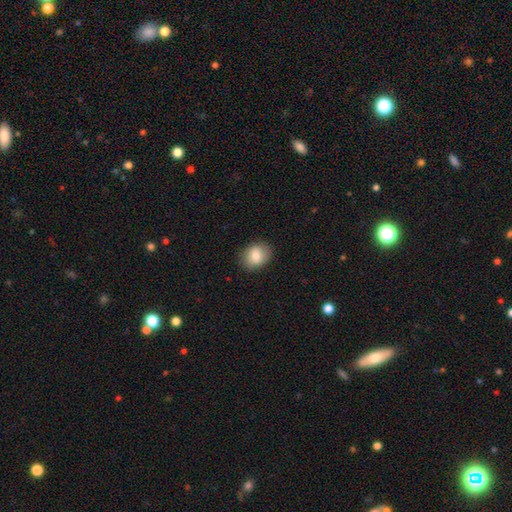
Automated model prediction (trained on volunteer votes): Morphology: type=smooth (78%); roundness=in between (57%); merging=none (87%).